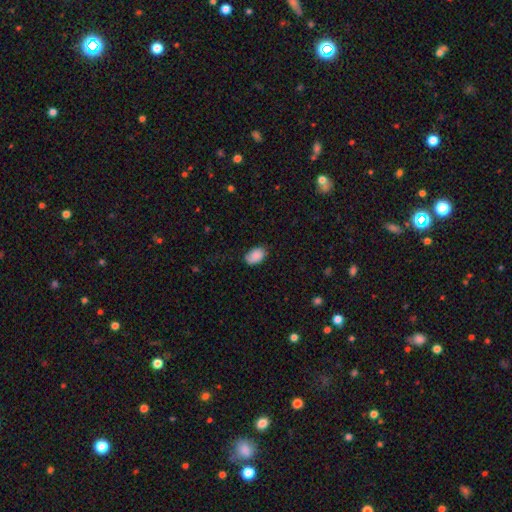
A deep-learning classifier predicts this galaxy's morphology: smooth 86%, star or artifact 7%, featured or disk 7%. Down the decision tree: how rounded — in between (88%); merging — none (73%).